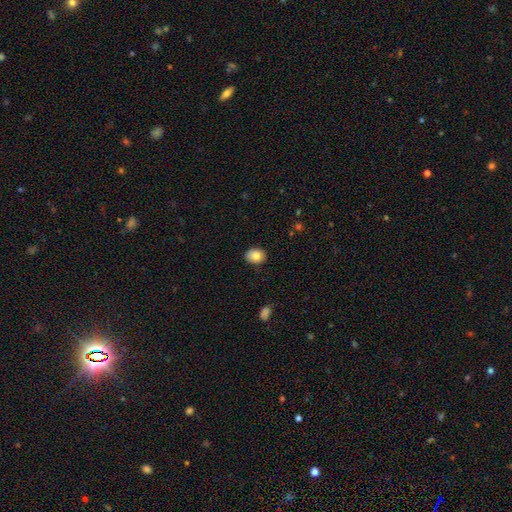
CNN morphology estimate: smooth_or_featured: smooth (p=0.84) [alt: star or artifact p=0.08]
how_rounded: in between (p=0.57) [alt: round p=0.43]
merging: none (p=0.85) [alt: minor disturbance p=0.11]